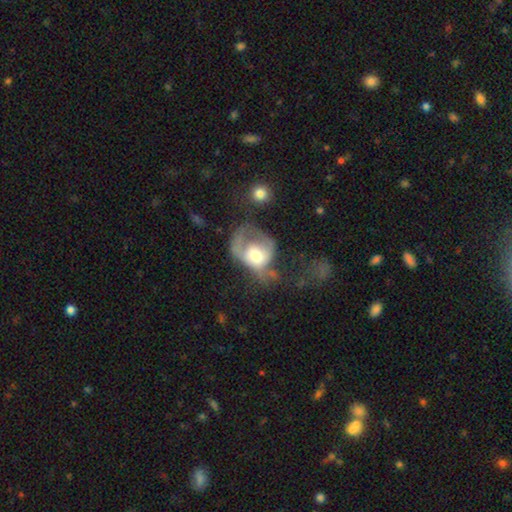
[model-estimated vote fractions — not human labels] smooth-or-featured: featured or disk: 49% | smooth: 43% | star or artifact: 8%
  merging: major disturbance: 61% | minor disturbance: 15% | none: 15% | merger: 9%